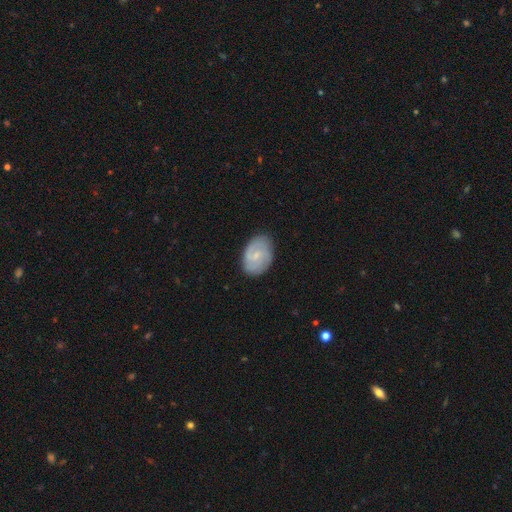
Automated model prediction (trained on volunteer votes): Morphology: type=featured or disk (63%); edge-on=no (97%); bar=weak (49%); spiral arms=yes (88%); winding=tight (45%); arm count=2 (61%); bulge=small (67%); merging=none (79%).